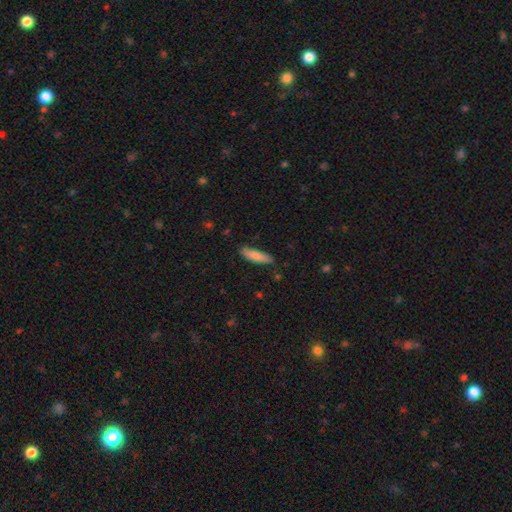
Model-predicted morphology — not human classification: Smooth or featured? smooth (82%)
How rounded? cigar-shaped (62%)
Merging? none (80%)